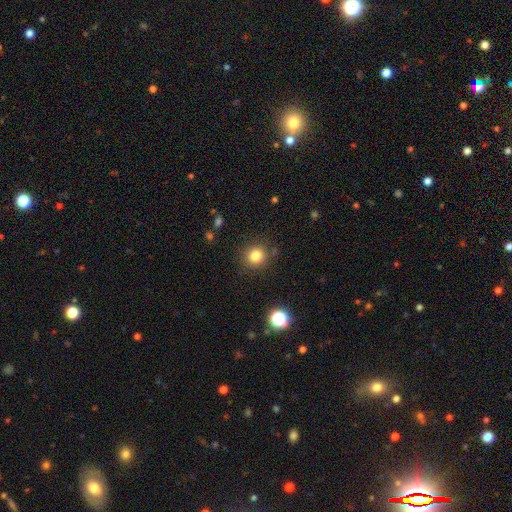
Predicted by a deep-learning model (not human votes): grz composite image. It shows a smooth galaxy with no disk features (81%) that is round (90%). Merging: none (87%).